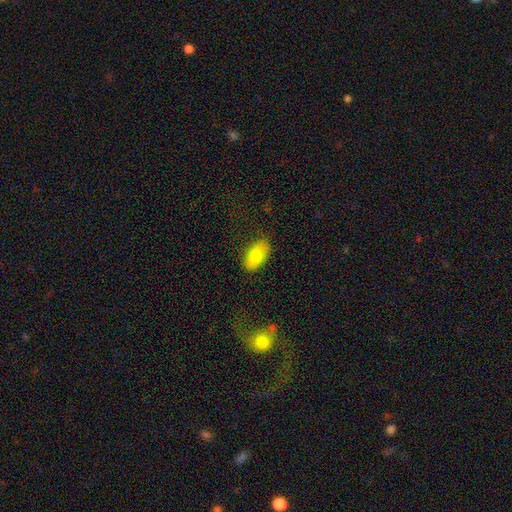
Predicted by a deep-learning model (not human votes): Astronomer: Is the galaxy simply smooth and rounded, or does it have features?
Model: smooth — 82%.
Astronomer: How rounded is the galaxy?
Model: in between — 94%.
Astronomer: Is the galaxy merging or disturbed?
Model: none — 82%.